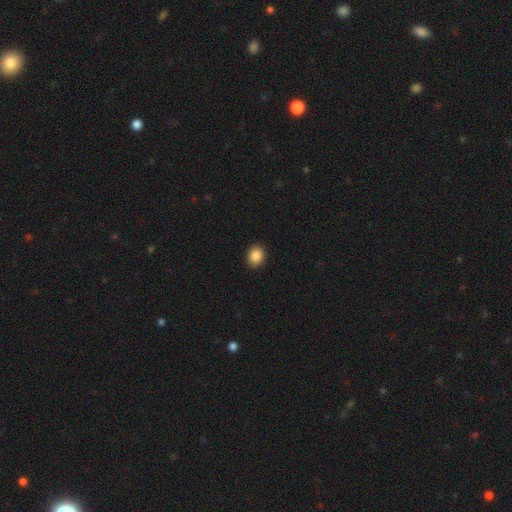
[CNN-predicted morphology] Q: Smooth or featured?
A: smooth (87%); runner-up: star or artifact (9%)
Q: How rounded?
A: round (54%); runner-up: in between (45%)
Q: Merging?
A: none (91%); runner-up: minor disturbance (6%)